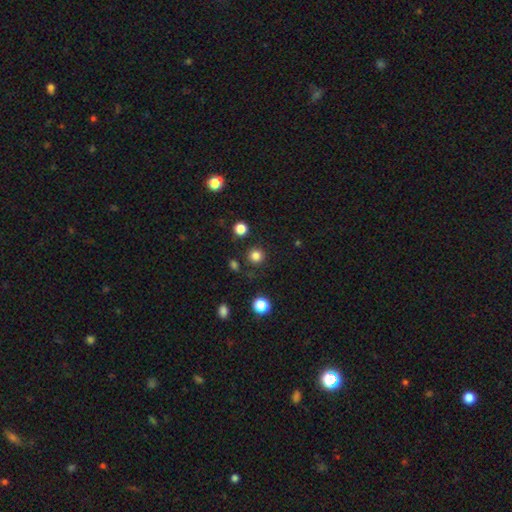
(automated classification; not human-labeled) Smooth or featured?
  - smooth: 82% *
  - star or artifact: 14%
  - featured or disk: 4%
How rounded?
  - round: 95% *
  - in between: 4%
  - cigar-shaped: 1%
Merging?
  - none: 88% *
  - minor disturbance: 6%
  - merger: 3%
  - major disturbance: 3%